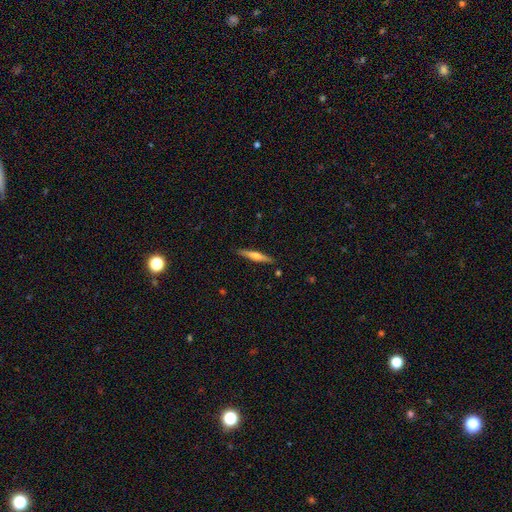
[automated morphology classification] type=featured or disk (51%); edge-on=yes (96%); merging=none (89%).